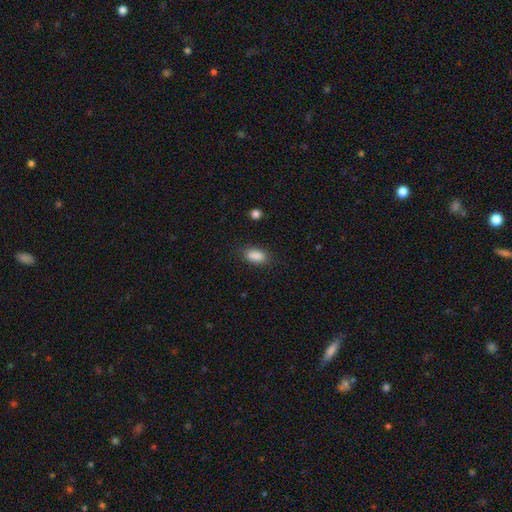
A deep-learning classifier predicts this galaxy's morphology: smooth 88%, star or artifact 8%, featured or disk 4%. Down the decision tree: how rounded — in between (89%); merging — none (84%).